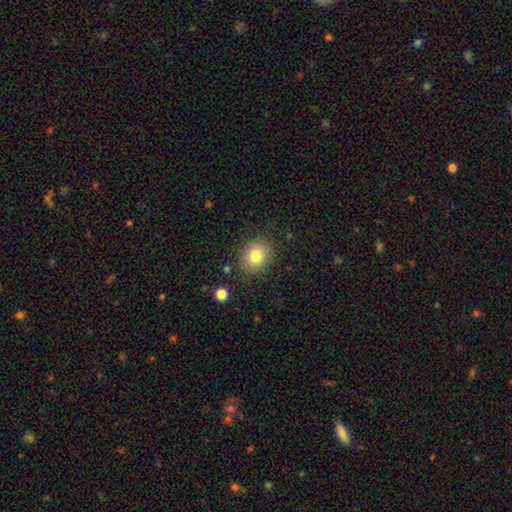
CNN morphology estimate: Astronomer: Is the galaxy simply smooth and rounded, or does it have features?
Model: smooth — 81%.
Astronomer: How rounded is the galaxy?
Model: round — 66%.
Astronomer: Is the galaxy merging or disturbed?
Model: none — 85%.